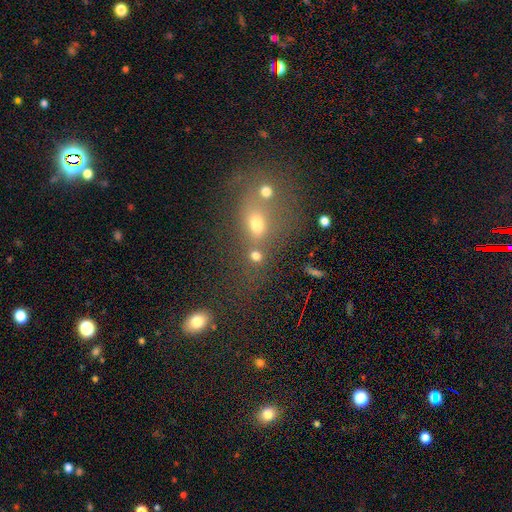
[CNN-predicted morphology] smooth-or-featured: smooth: 68% | star or artifact: 20% | featured or disk: 12%
  how-rounded: round: 67% | in between: 31% | cigar-shaped: 3%
  merging: none: 47% | merger: 37% | minor disturbance: 9% | major disturbance: 7%